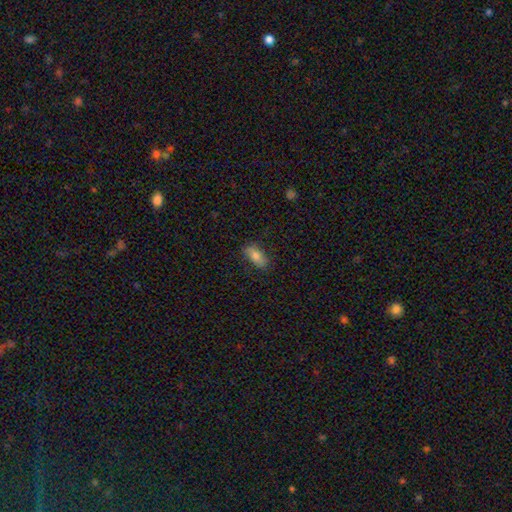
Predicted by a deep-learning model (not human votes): Q: Smooth or featured?
A: smooth (75%); runner-up: featured or disk (18%)
Q: How rounded?
A: in between (82%); runner-up: cigar-shaped (14%)
Q: Merging?
A: none (81%); runner-up: minor disturbance (15%)